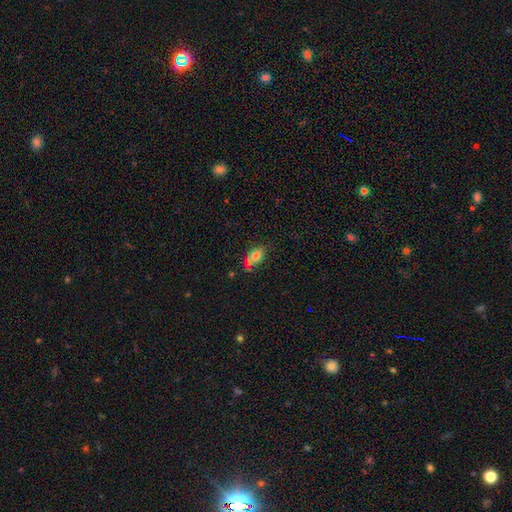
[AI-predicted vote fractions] Smooth or featured: smooth — 73% (featured or disk — 17%)
How rounded: in between — 77% (round — 19%)
Merging: none — 42% (merger — 32%)